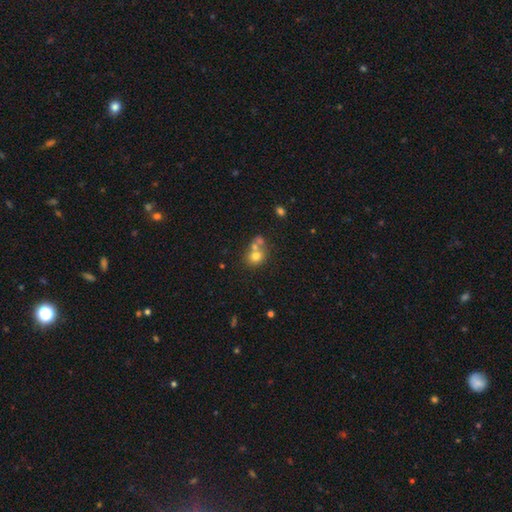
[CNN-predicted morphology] Smooth or featured? smooth (69%)
How rounded? round (74%)
Merging? merger (47%)